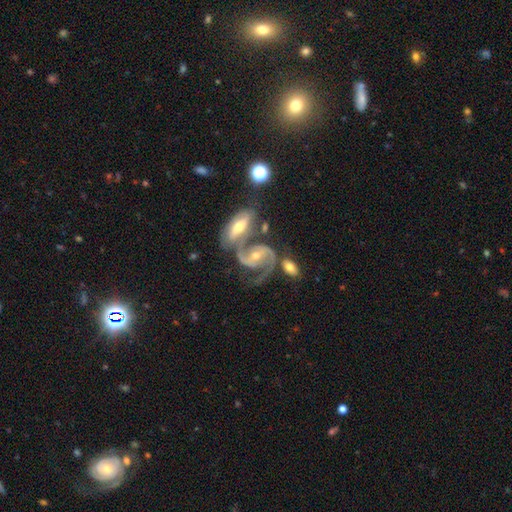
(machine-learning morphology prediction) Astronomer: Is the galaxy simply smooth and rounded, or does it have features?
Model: featured or disk — 89%.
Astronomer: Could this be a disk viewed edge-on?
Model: no — 96%.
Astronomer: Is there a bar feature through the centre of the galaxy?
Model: no — 40% (runner-up: weak, 35%).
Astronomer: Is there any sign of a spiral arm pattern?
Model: yes — 97%.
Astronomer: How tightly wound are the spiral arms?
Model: medium — 56%.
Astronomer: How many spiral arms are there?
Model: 2 — 82%.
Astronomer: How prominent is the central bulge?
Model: moderate — 49% (runner-up: small, 47%).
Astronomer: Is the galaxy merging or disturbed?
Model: merger — 42% (runner-up: none, 35%).